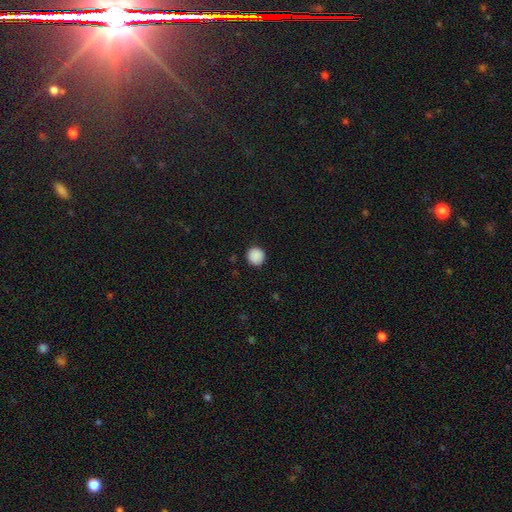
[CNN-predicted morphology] Smooth or featured: smooth — 89% (star or artifact — 9%)
How rounded: round — 94% (in between — 5%)
Merging: none — 91% (minor disturbance — 6%)